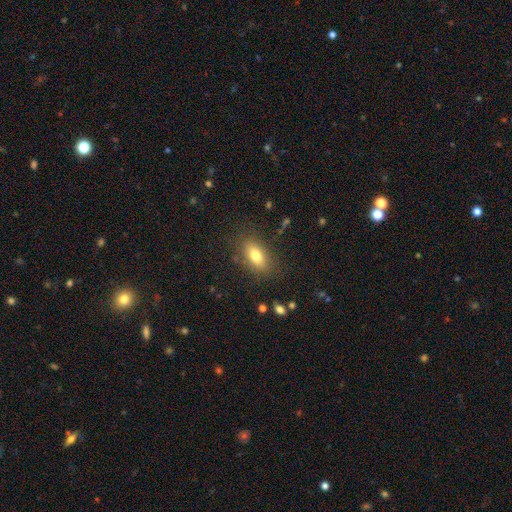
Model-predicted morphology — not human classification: Smooth or featured: smooth — 77% (featured or disk — 14%)
How rounded: in between — 86% (cigar-shaped — 7%)
Merging: none — 83% (minor disturbance — 12%)